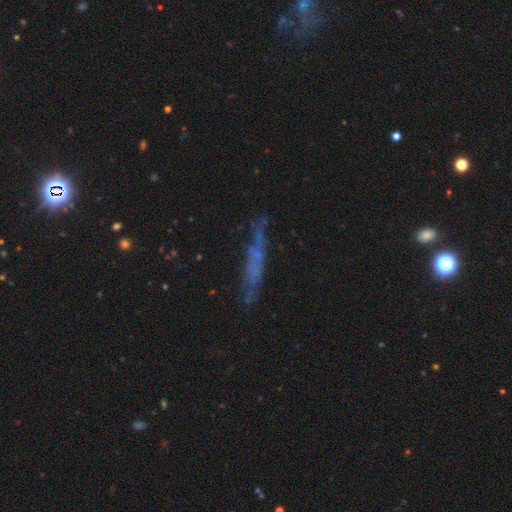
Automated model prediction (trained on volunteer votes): Smooth or featured? Predicted: featured or disk (p=0.50). Merging? Predicted: none (p=0.72).